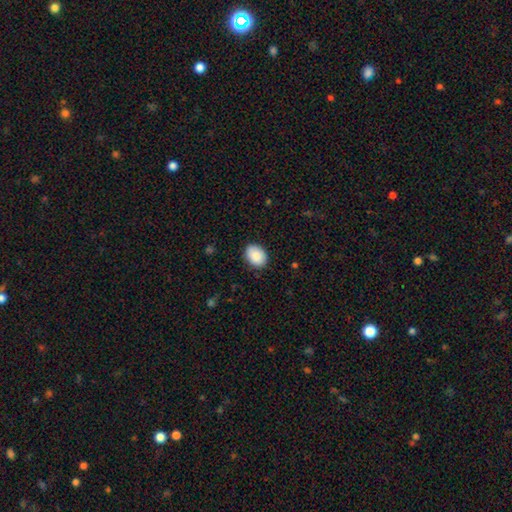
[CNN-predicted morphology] Q: Smooth or featured?
A: smooth (89%); runner-up: star or artifact (7%)
Q: How rounded?
A: in between (67%); runner-up: round (32%)
Q: Merging?
A: none (87%); runner-up: minor disturbance (10%)